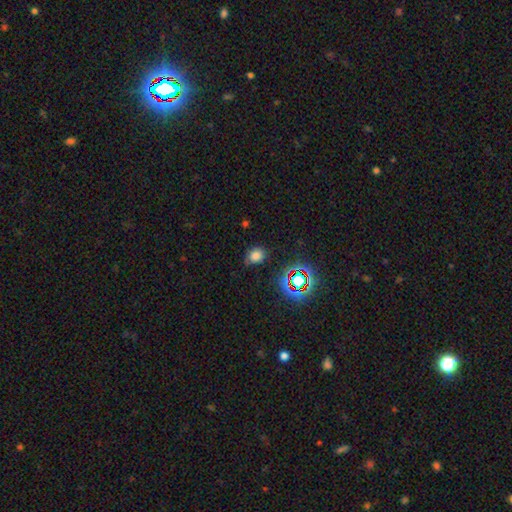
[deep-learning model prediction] smooth 73%, star or artifact 20%, featured or disk 7%. Down the decision tree: how rounded — round (56%); merging — none (71%).